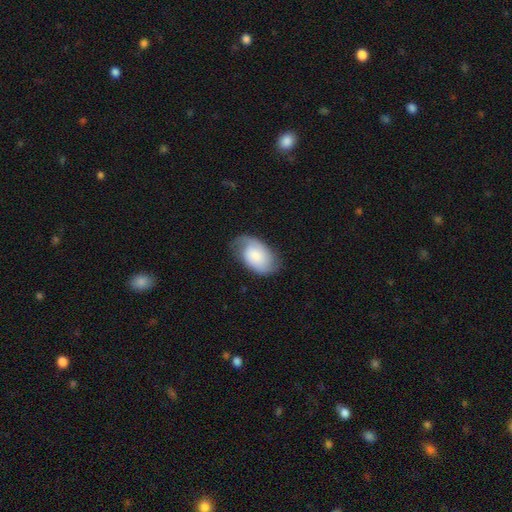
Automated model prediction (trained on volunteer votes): A smooth galaxy with no disk features (52%) that is in between round and cigar-shaped (91%).

Vote fractions:
- Smooth or featured? smooth: 52% / featured or disk: 41% / star or artifact: 7%
- How rounded? in between: 91% / round: 8% / cigar-shaped: 1%
- Merging? none: 63% / minor disturbance: 26% / major disturbance: 10% / merger: 1%